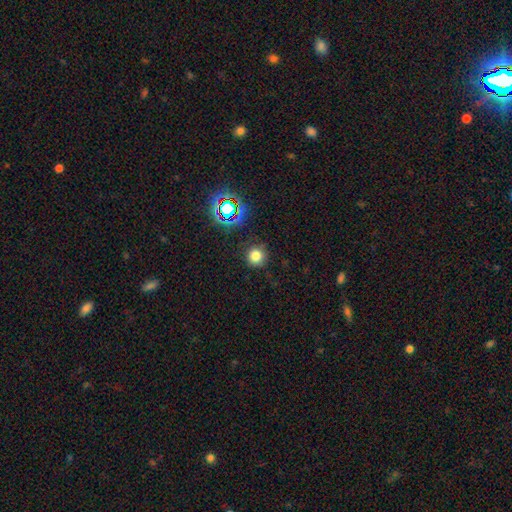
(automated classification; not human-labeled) Smooth or featured?
  - smooth: 76% *
  - star or artifact: 18%
  - featured or disk: 6%
How rounded?
  - round: 94% *
  - in between: 5%
  - cigar-shaped: 1%
Merging?
  - none: 87% *
  - minor disturbance: 8%
  - major disturbance: 3%
  - merger: 2%